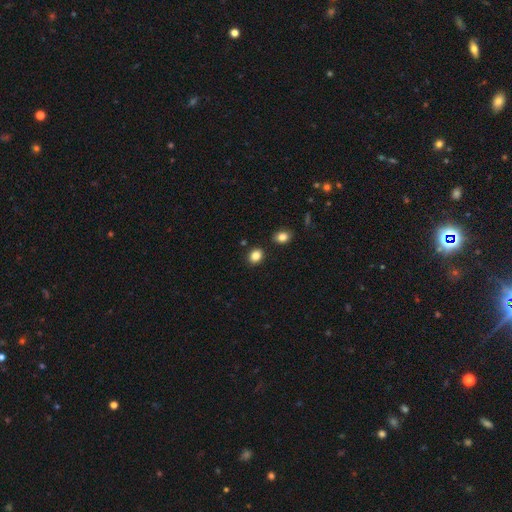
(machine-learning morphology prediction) type=smooth (85%); roundness=round (54%); merging=none (86%).